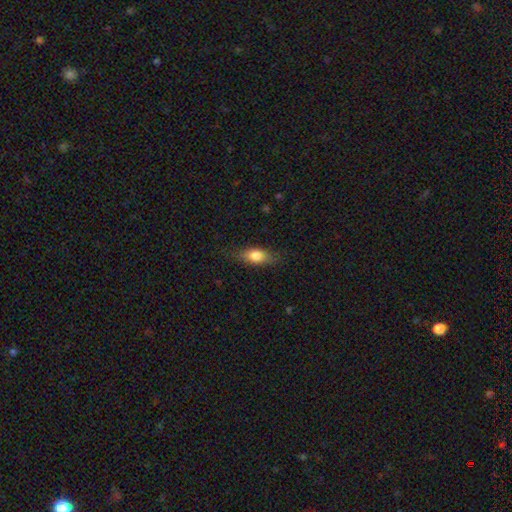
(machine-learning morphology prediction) Smooth or featured? smooth (75%)
How rounded? in between (76%)
Merging? none (78%)